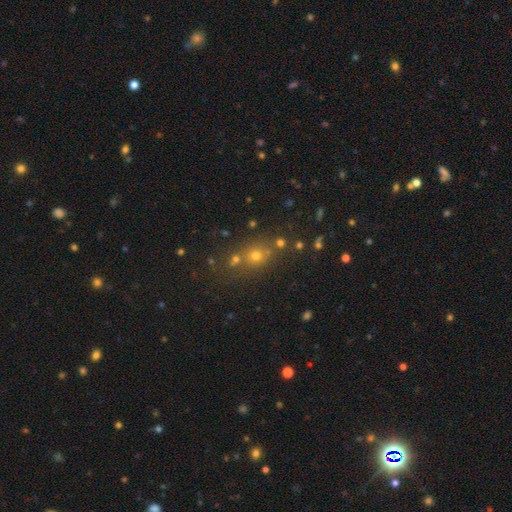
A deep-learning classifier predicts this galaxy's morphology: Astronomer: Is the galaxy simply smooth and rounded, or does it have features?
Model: smooth — 46% (runner-up: star or artifact, 41%).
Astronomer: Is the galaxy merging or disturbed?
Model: none — 63%.